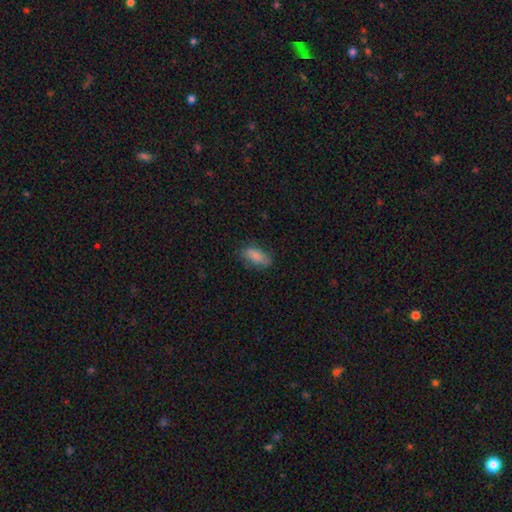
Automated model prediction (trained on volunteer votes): The model was most divided on "merging": none: 77%, minor disturbance: 18%, major disturbance: 4%, merger: 1%. More confident: how rounded — in between (85%); smooth or featured — smooth (84%).